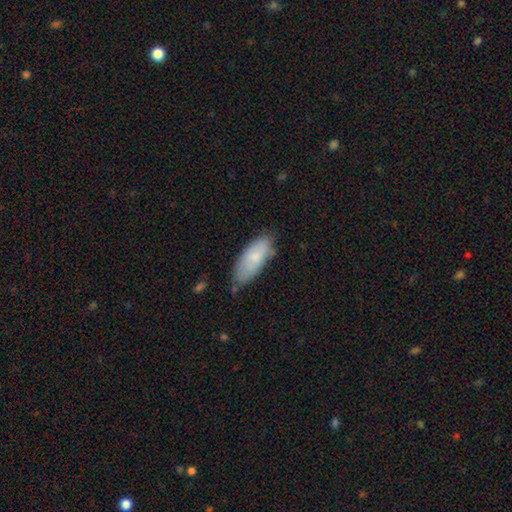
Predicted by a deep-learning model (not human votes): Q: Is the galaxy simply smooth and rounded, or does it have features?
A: smooth — 78%.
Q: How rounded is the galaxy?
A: in between — 82%.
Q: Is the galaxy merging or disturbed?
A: none — 67%.